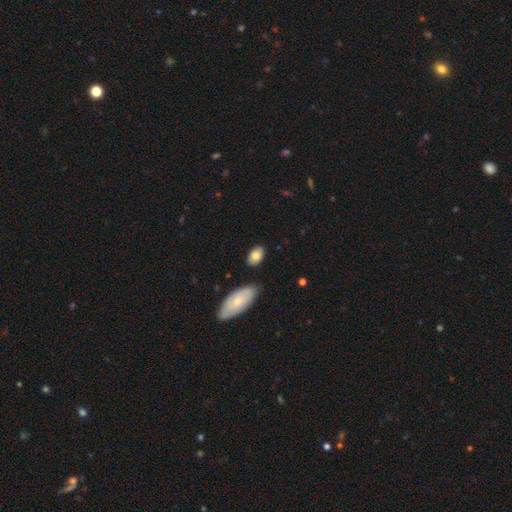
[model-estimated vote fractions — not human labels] Smooth or featured? smooth (82%)
How rounded? in between (90%)
Merging? none (78%)